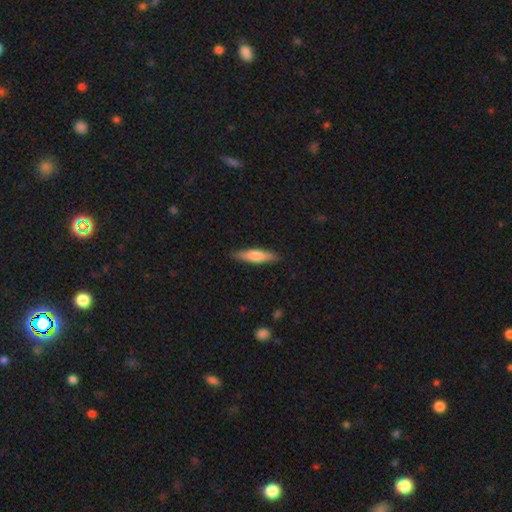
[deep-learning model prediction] This is likely a smooth galaxy (68%). How rounded: likely cigar-shaped (77%). Merging: clearly none (88%).